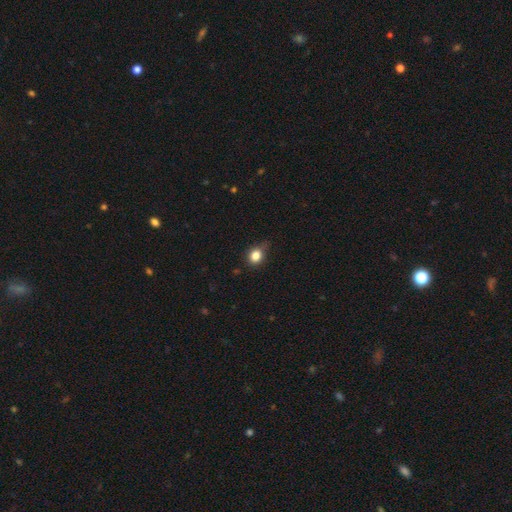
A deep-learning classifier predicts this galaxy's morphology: Smooth or featured? Predicted: smooth (p=0.83). How rounded? Predicted: round (p=0.59). Merging? Predicted: none (p=0.66).